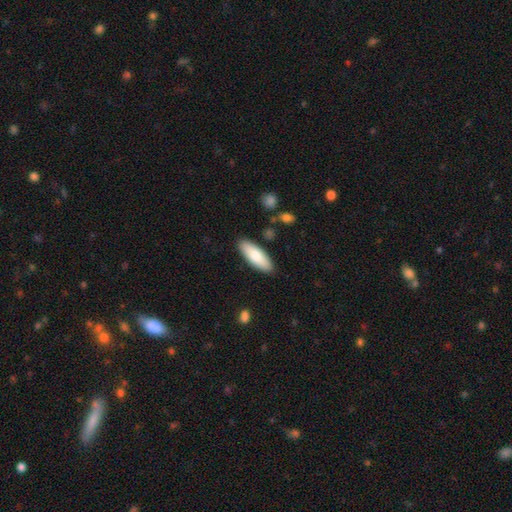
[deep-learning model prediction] Smooth or featured? smooth (80%)
How rounded? in between (65%)
Merging? none (87%)